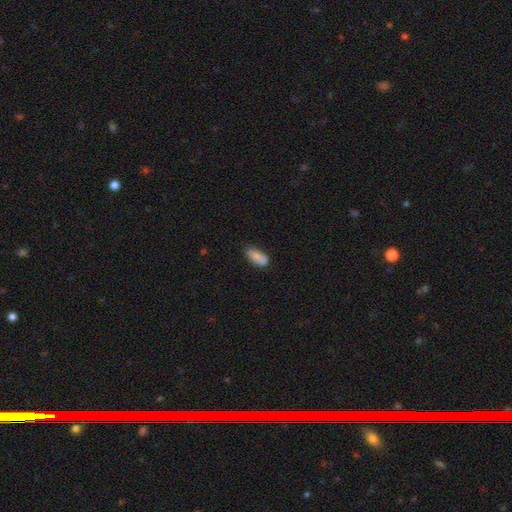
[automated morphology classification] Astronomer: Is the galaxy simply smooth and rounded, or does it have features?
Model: smooth — 83%.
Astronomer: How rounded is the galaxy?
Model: in between — 80%.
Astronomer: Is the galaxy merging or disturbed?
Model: none — 67%.